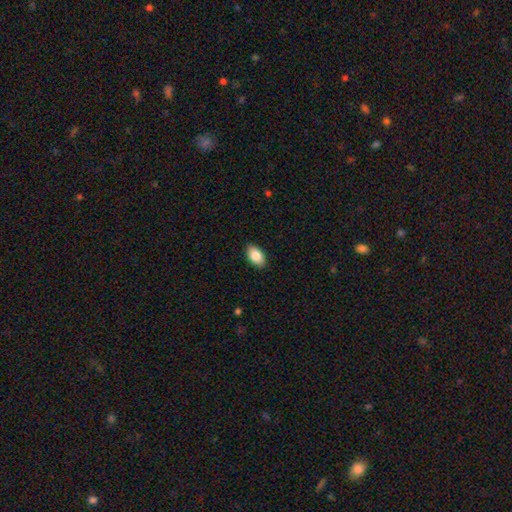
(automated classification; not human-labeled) This is clearly a smooth galaxy (86%). How rounded: clearly in between (93%). Merging: clearly none (89%).